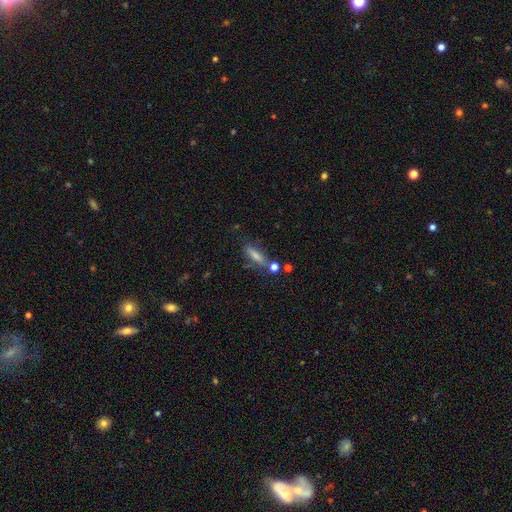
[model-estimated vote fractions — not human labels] Q: Smooth or featured?
A: smooth (72%); runner-up: featured or disk (19%)
Q: How rounded?
A: cigar-shaped (61%); runner-up: in between (36%)
Q: Merging?
A: none (64%); runner-up: minor disturbance (17%)